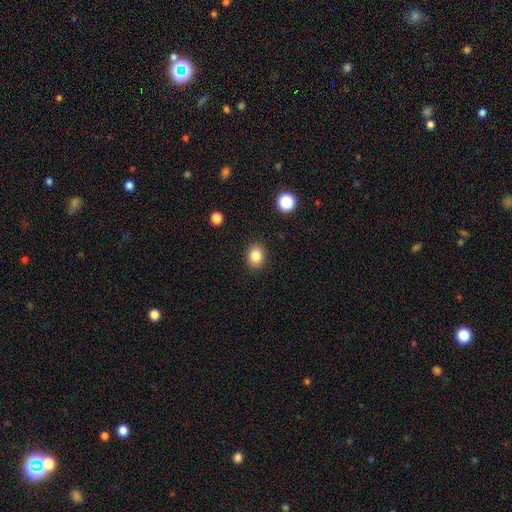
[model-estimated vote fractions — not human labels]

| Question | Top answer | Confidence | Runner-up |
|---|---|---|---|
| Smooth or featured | smooth | 84% | star or artifact (10%) |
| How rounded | in between | 50% | round (49%) |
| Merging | none | 89% | minor disturbance (8%) |